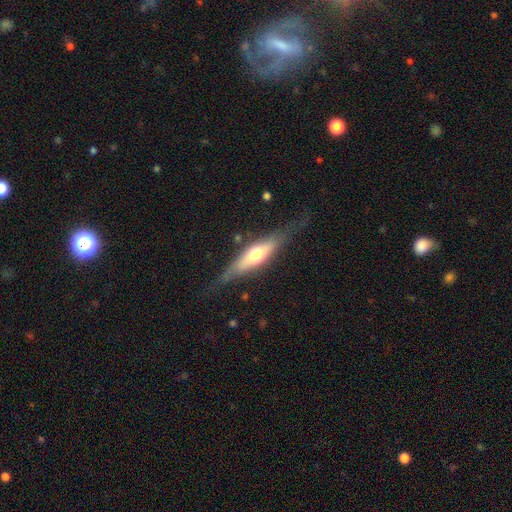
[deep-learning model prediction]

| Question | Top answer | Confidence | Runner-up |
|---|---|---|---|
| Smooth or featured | featured or disk | 59% | smooth (36%) |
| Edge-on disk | yes | 86% | no (14%) |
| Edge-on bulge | rounded | 91% | boxy (5%) |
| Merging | none | 76% | minor disturbance (16%) |